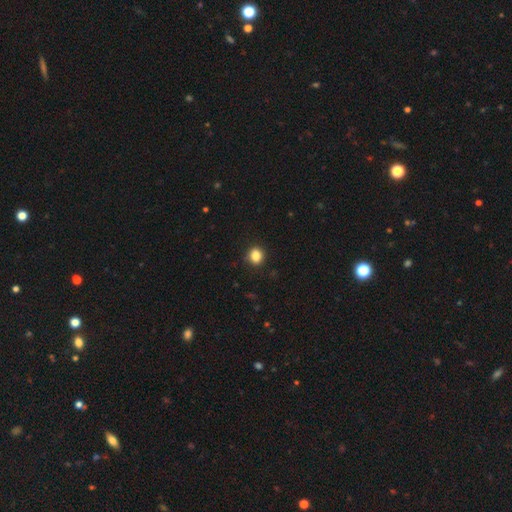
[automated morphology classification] This is clearly a smooth galaxy (86%). How rounded: likely round (73%). Merging: clearly none (89%).